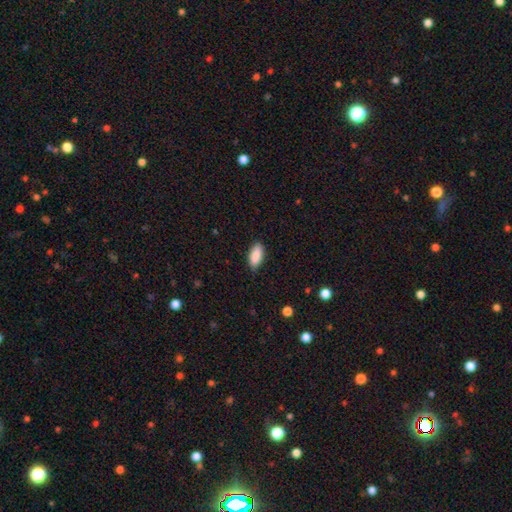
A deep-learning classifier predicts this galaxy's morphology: Smooth or featured: smooth — 89% (star or artifact — 6%)
How rounded: in between — 86% (cigar-shaped — 12%)
Merging: none — 83% (minor disturbance — 14%)